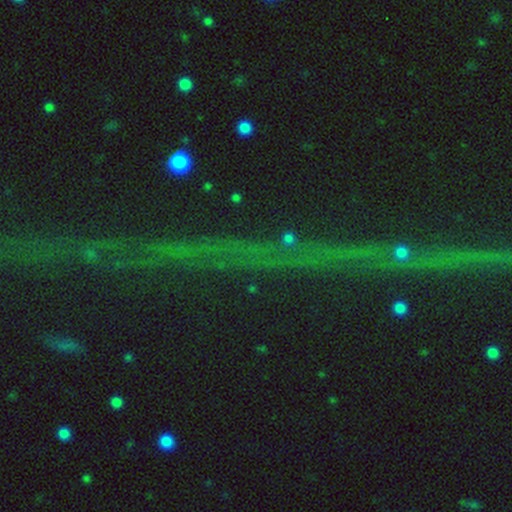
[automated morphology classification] This is likely a star or artifact rather than a galaxy (71%).